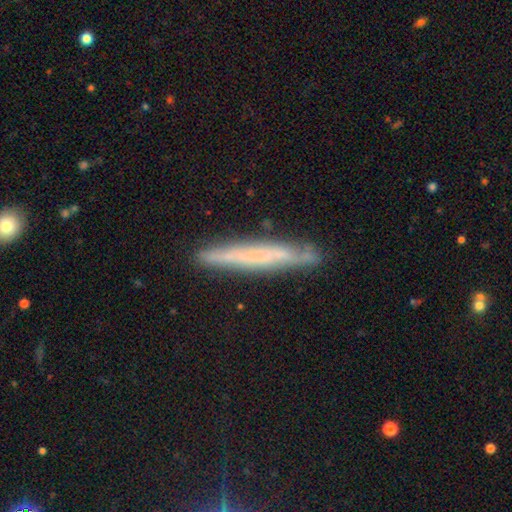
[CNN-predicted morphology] type=featured or disk (47%); merging=none (85%).